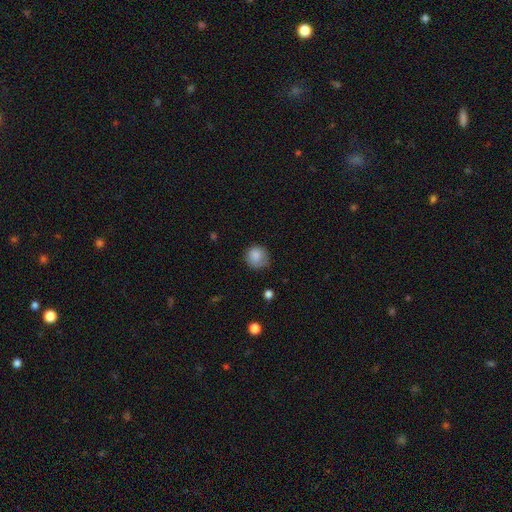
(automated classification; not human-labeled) This appears to be a smooth galaxy with no disk features (85%) that is round (88%). Merging: none (70%).